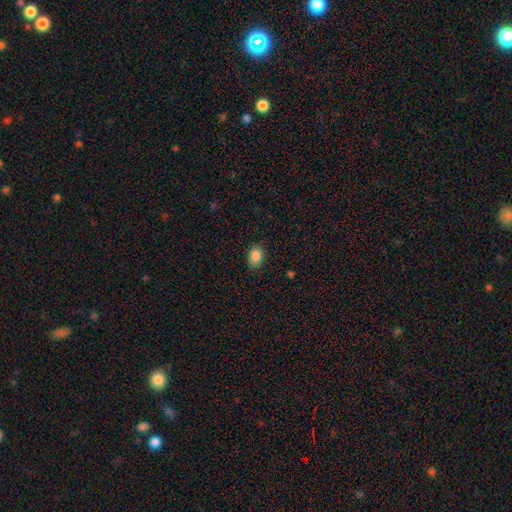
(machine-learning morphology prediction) smooth 87%, star or artifact 9%, featured or disk 5%. Down the decision tree: how rounded — in between (75%); merging — none (82%).